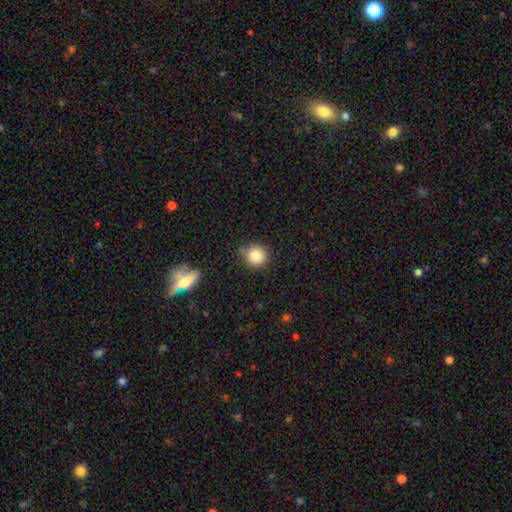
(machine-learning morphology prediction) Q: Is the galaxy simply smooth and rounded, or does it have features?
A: smooth — 85%.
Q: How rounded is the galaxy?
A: round — 92%.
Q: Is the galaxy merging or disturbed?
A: none — 78%.